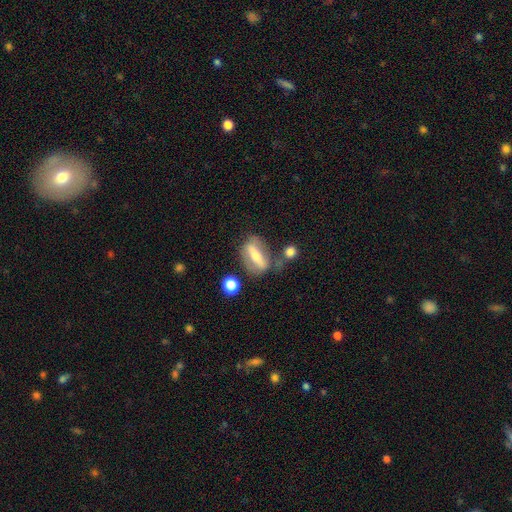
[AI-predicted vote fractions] Smooth or featured?
  - featured or disk: 55% *
  - smooth: 38%
  - star or artifact: 8%
Edge-on disk?
  - no: 60% *
  - yes: 40%
Merging?
  - none: 62% *
  - minor disturbance: 17%
  - major disturbance: 12%
  - merger: 9%